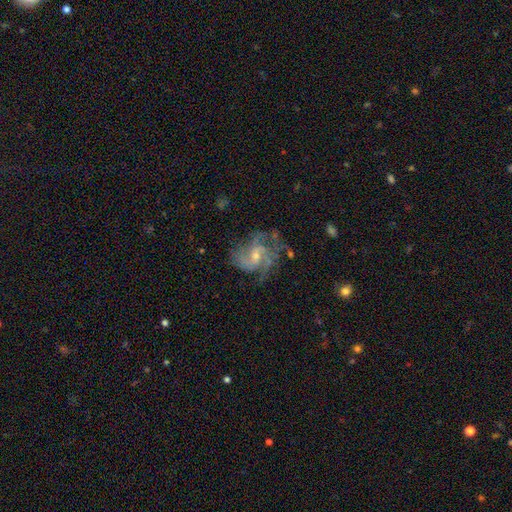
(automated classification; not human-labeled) Smooth or featured? featured or disk (82%)
Edge-on disk? no (98%)
Bar? no (49%)
Spiral arms? yes (93%)
Spiral winding? medium (50%)
Spiral arm count? 3 (35%)
Bulge size? small (56%)
Merging? none (60%)